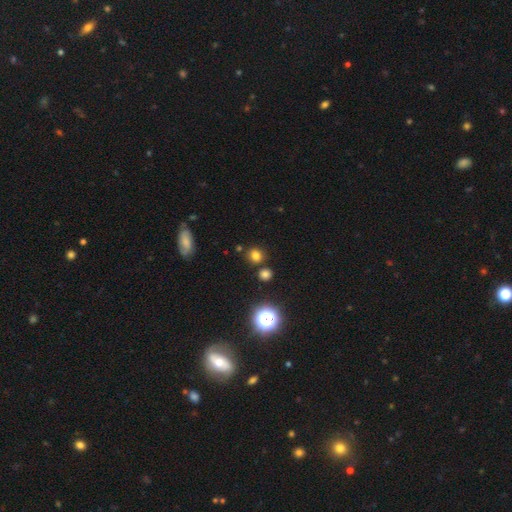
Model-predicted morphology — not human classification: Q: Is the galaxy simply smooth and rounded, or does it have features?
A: smooth — 74%.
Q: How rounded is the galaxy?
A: round — 80%.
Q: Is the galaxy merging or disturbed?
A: none — 80%.